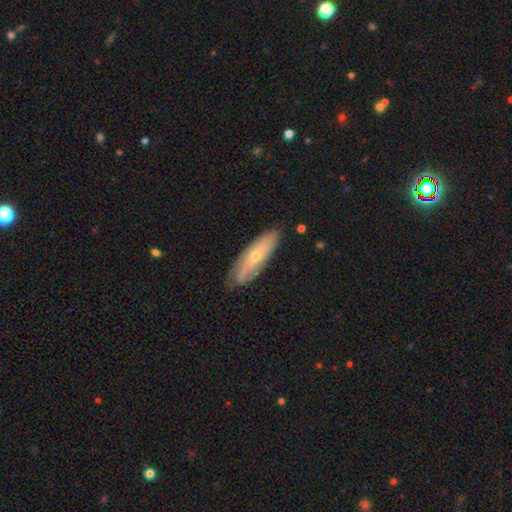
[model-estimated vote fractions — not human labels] A featured or disk galaxy (53%). Merging: none (76%).